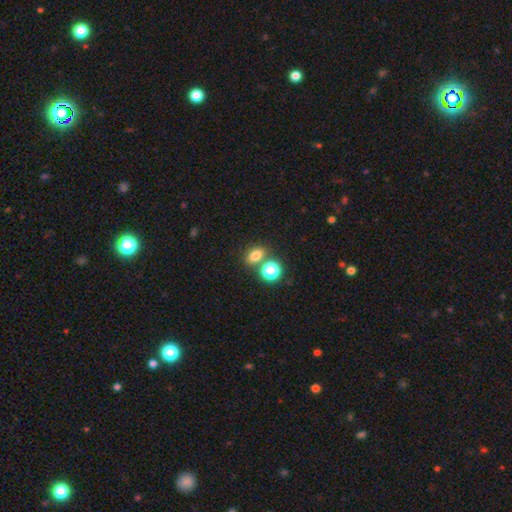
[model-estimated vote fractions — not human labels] smooth 75%, star or artifact 17%, featured or disk 8%. Down the decision tree: how rounded — in between (63%); merging — none (65%).